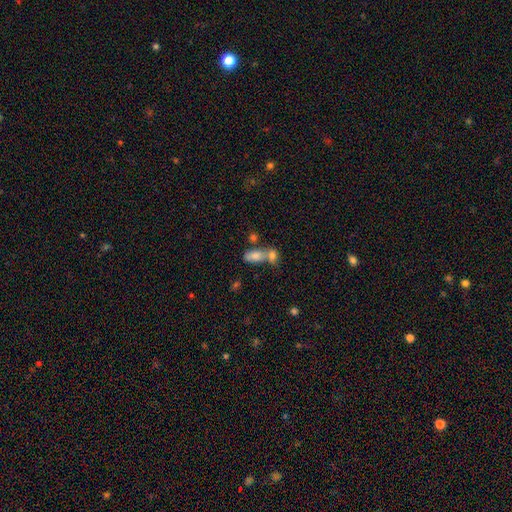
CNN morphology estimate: smooth 74%, featured or disk 16%, star or artifact 10%. Down the decision tree: how rounded — in between (84%); merging — merger (56%).